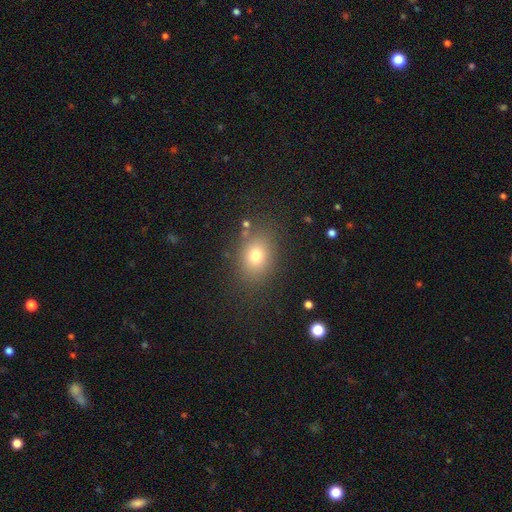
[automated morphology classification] Smooth or featured? smooth (75%)
How rounded? in between (53%)
Merging? none (82%)